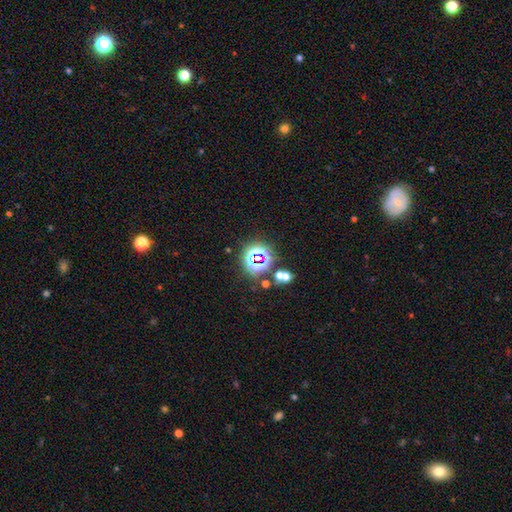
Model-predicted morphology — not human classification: Smooth or featured?
  - star or artifact: 64% *
  - smooth: 25%
  - featured or disk: 11%